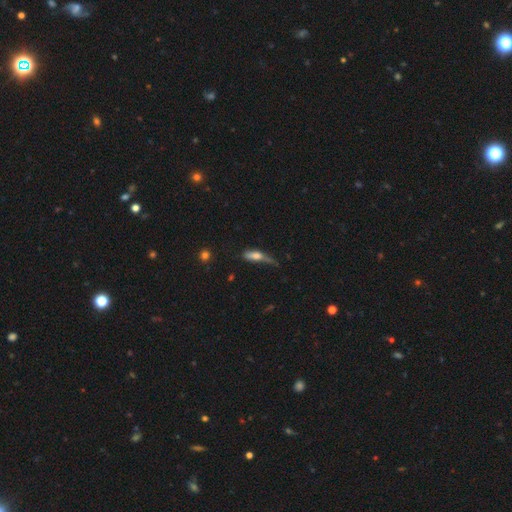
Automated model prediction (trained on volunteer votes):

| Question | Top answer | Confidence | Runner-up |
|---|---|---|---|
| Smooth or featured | smooth | 59% | featured or disk (33%) |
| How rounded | cigar-shaped | 59% | in between (37%) |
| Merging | minor disturbance | 36% | none (34%) |